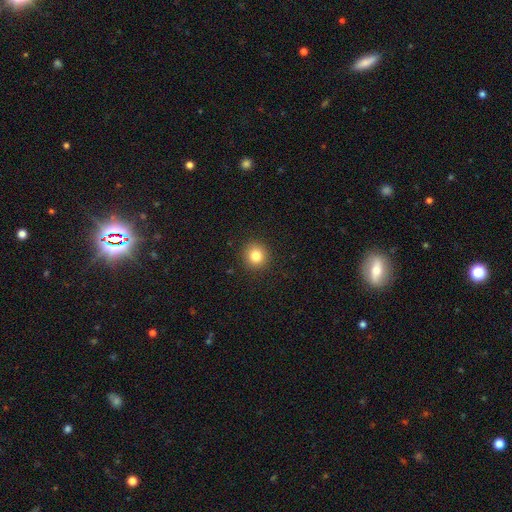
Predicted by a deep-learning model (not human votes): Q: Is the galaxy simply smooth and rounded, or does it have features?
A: smooth — 82%.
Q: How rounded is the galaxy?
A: round — 92%.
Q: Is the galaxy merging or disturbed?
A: none — 91%.